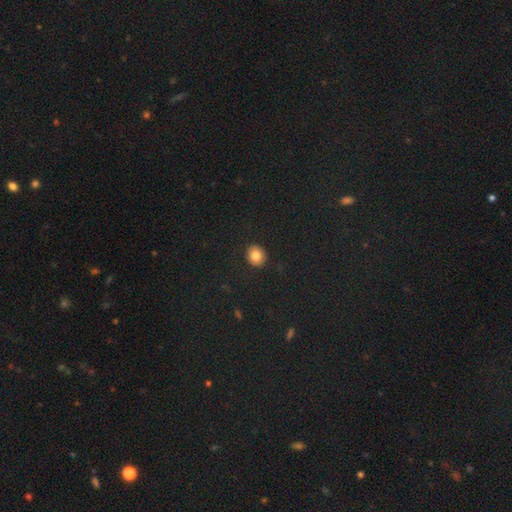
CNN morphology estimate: smooth 83%, star or artifact 10%, featured or disk 7%. Down the decision tree: how rounded — round (74%); merging — none (91%).